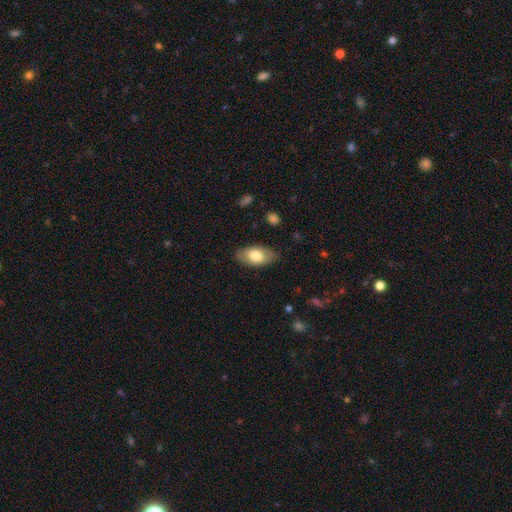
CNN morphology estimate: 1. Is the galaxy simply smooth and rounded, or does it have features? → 74% smooth, 20% featured or disk, 6% star or artifact.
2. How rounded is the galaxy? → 93% in between, 4% round, 3% cigar-shaped.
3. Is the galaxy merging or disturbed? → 85% none, 12% minor disturbance, 3% major disturbance, 1% merger.